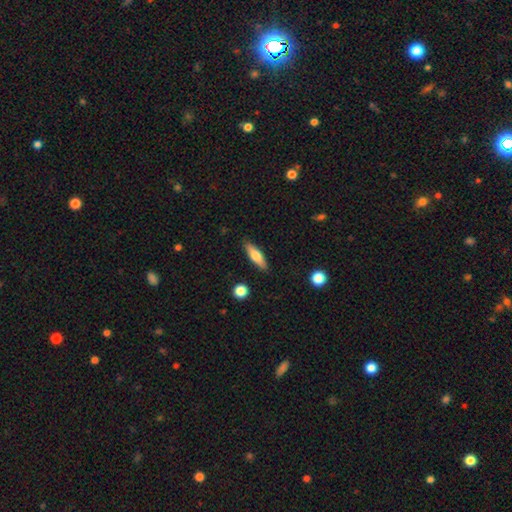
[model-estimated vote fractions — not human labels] smooth_or_featured: smooth (p=0.65) [alt: featured or disk p=0.28]
how_rounded: cigar-shaped (p=0.57) [alt: in between p=0.40]
merging: none (p=0.87) [alt: minor disturbance p=0.09]